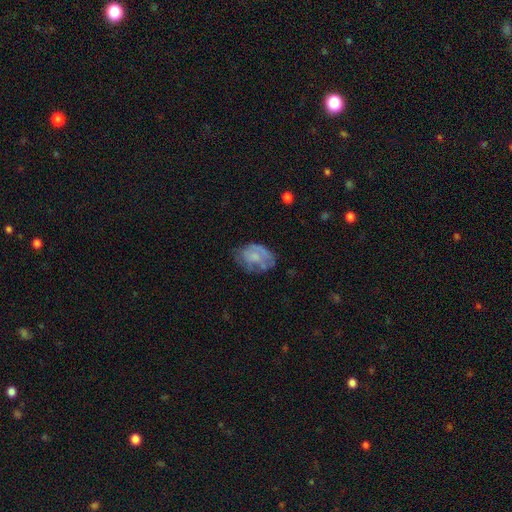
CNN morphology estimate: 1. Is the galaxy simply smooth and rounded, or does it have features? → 47% smooth, 44% featured or disk, 9% star or artifact.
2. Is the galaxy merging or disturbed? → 48% none, 30% minor disturbance, 19% major disturbance, 3% merger.